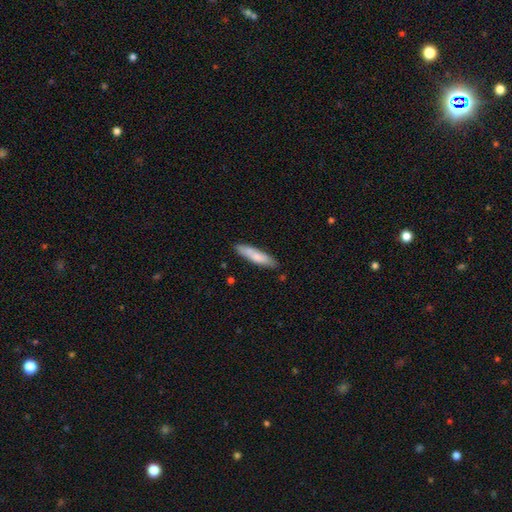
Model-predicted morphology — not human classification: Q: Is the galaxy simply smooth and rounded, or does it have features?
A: smooth — 73%.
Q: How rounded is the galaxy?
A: cigar-shaped — 77%.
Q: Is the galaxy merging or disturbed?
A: none — 79%.